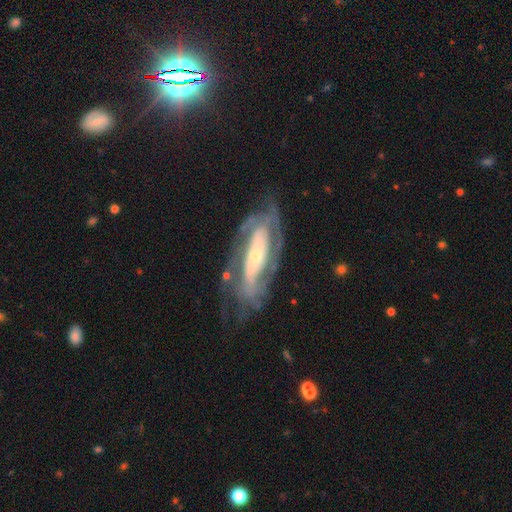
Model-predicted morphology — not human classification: featured or disk 83%, smooth 11%, star or artifact 6%. Down the decision tree: edge-on disk — no (87%); bar — no (51%); spiral arms — yes (87%); spiral arm count — 2 (47%); spiral winding — tight (58%); bulge size — small (60%); merging — none (67%).